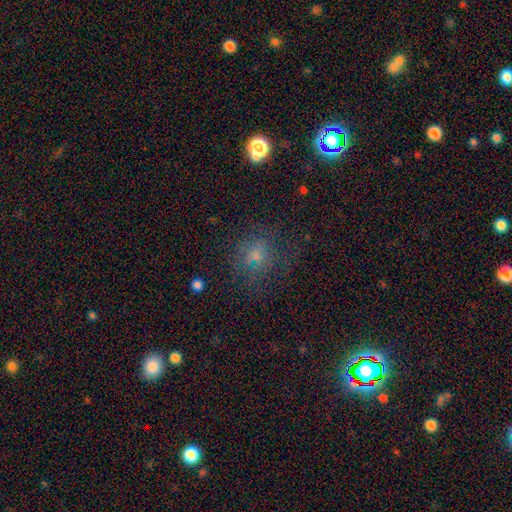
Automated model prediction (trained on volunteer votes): A smooth galaxy with no disk features (60%) that is round (75%).

Vote fractions:
- Smooth or featured? smooth: 60% / star or artifact: 24% / featured or disk: 16%
- How rounded? round: 75% / in between: 24% / cigar-shaped: 1%
- Merging? none: 65% / minor disturbance: 18% / major disturbance: 15% / merger: 3%